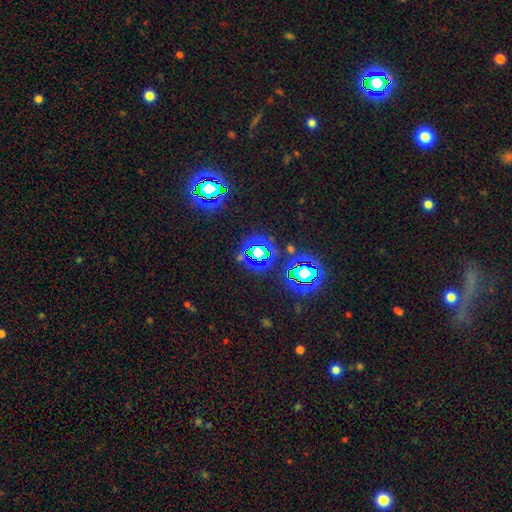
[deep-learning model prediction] This is likely a star or artifact rather than a galaxy (71%).